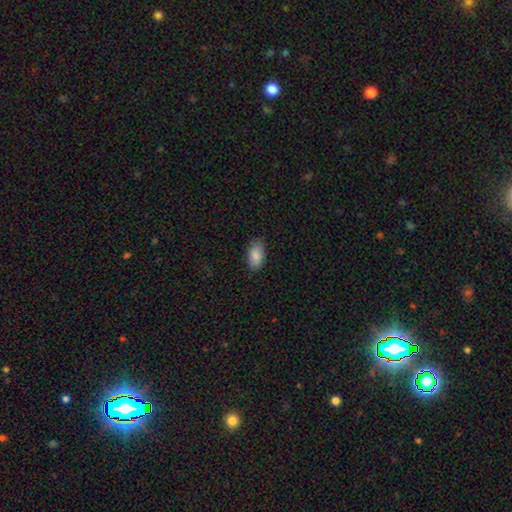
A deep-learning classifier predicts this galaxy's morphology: Smooth or featured? smooth (88%)
How rounded? in between (94%)
Merging? none (84%)